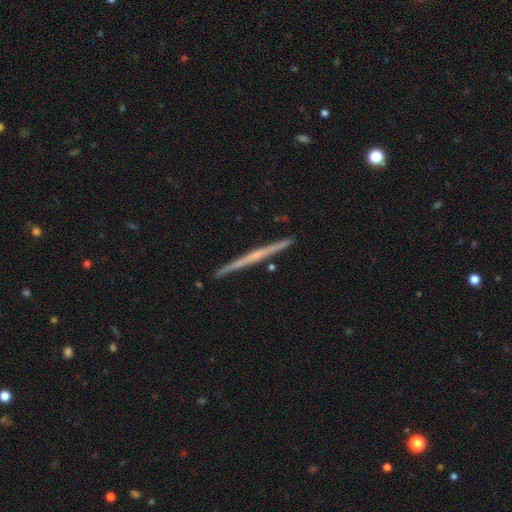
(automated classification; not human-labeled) smooth-or-featured: featured or disk: 71% | smooth: 24% | star or artifact: 5%
  disk-edge-on: yes: 98% | no: 2%
    edge-on-bulge: none: 64% | rounded: 30% | boxy: 7%
  merging: none: 92% | minor disturbance: 6% | merger: 1% | major disturbance: 1%